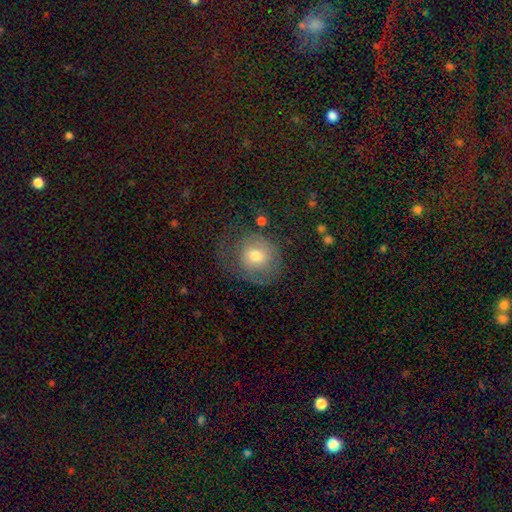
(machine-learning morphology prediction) type=smooth (61%); roundness=round (72%); merging=none (47%).